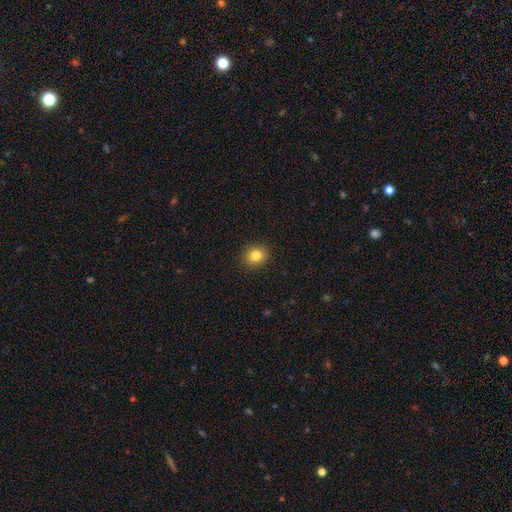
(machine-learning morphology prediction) The model was most divided on "how rounded": round: 81%, in between: 18%, cigar-shaped: 1%. More confident: merging — none (91%); smooth or featured — smooth (83%).